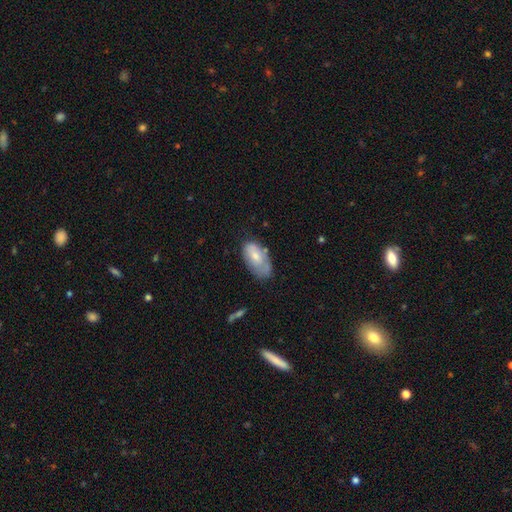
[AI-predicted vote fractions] Overall: smooth (67%). How rounded: in between (94%). Merging: none (51%; minor disturbance 33%).